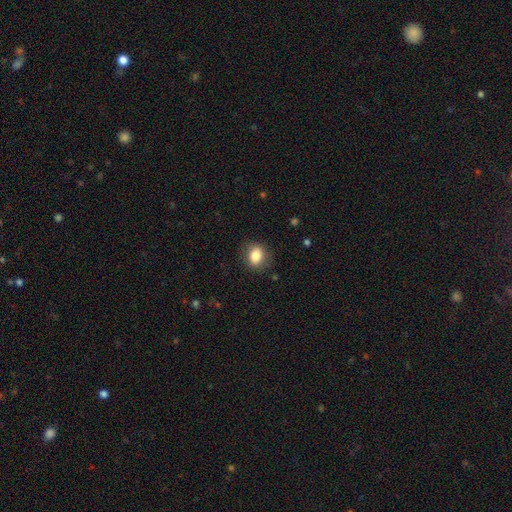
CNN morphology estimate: Q: Smooth or featured?
A: smooth (84%); runner-up: star or artifact (9%)
Q: How rounded?
A: in between (54%); runner-up: round (44%)
Q: Merging?
A: none (81%); runner-up: minor disturbance (13%)